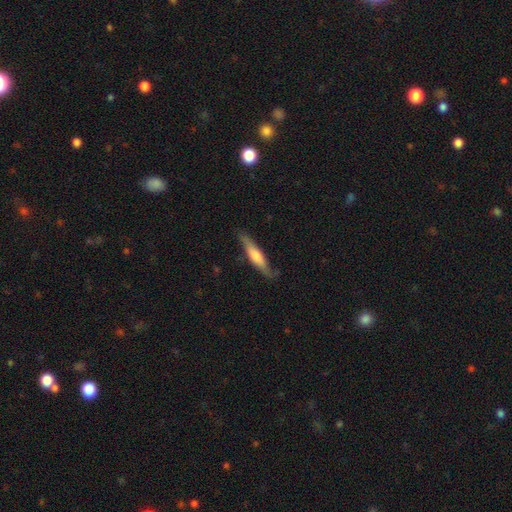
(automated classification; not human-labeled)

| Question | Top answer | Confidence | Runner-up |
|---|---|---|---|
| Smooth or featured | smooth | 50% | featured or disk (45%) |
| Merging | none | 75% | minor disturbance (19%) |